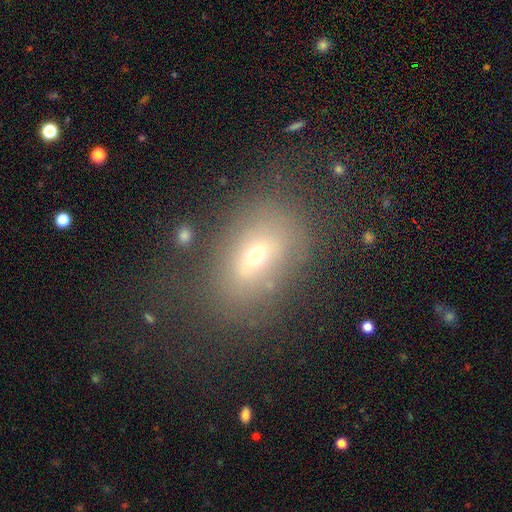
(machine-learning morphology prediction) This is possibly a smooth galaxy (54%). How rounded: likely in between (70%). Merging: likely none (61%).